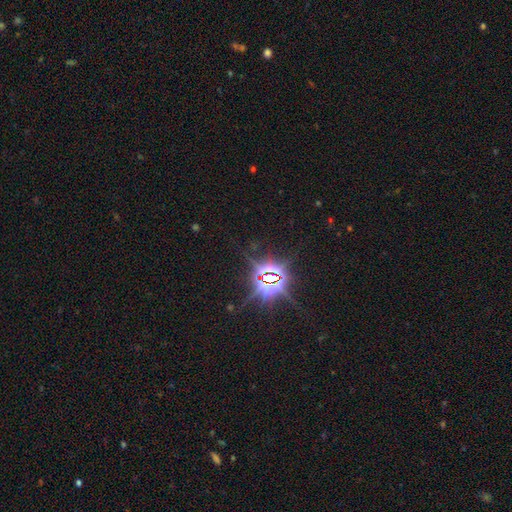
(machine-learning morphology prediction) Smooth or featured: star or artifact — 85% (smooth — 8%)